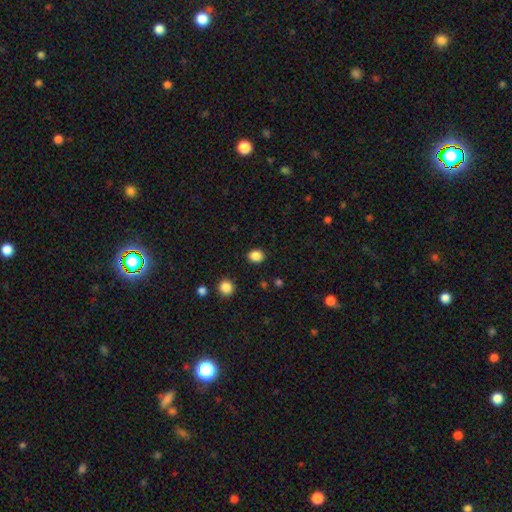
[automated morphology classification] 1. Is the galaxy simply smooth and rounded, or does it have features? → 86% smooth, 11% star or artifact, 3% featured or disk.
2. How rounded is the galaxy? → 57% round, 43% in between, 1% cigar-shaped.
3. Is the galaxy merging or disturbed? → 89% none, 8% minor disturbance, 2% major disturbance, 2% merger.